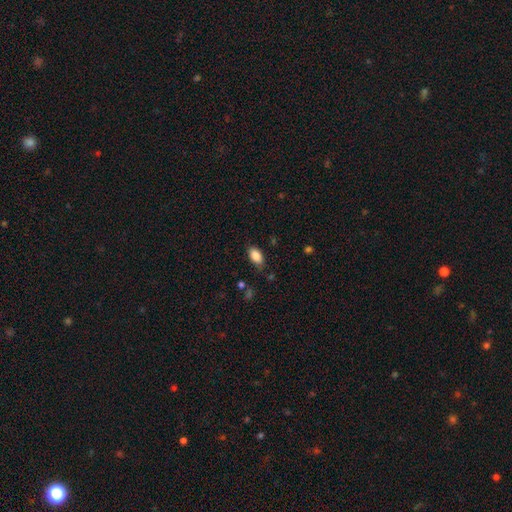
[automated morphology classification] Smooth or featured? Predicted: smooth (p=0.87). How rounded? Predicted: in between (p=0.92). Merging? Predicted: none (p=0.79).